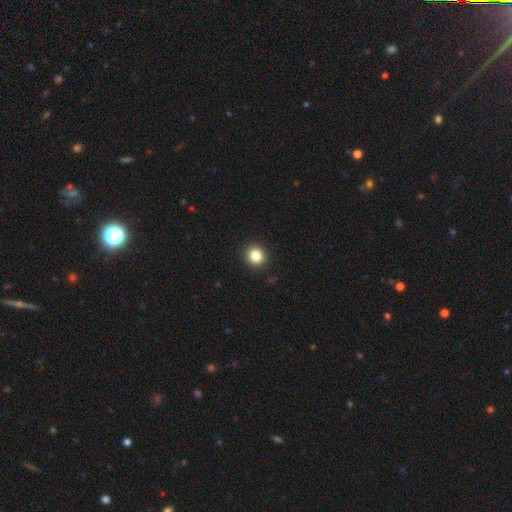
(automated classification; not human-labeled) A smooth galaxy with no disk features (84%) that is round (91%). Merging: none (93%).